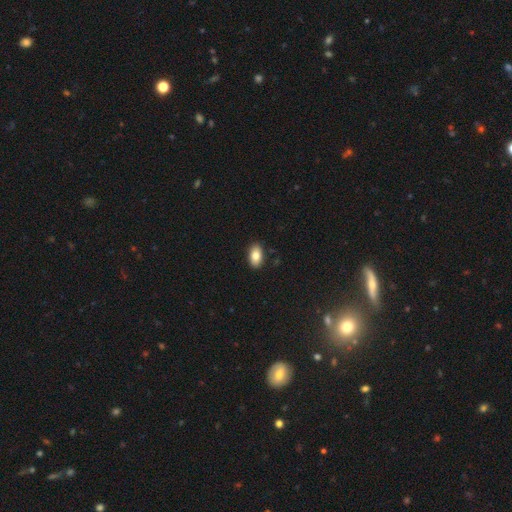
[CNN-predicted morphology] Q: Smooth or featured?
A: smooth (83%); runner-up: featured or disk (10%)
Q: How rounded?
A: in between (92%); runner-up: round (6%)
Q: Merging?
A: none (89%); runner-up: minor disturbance (8%)